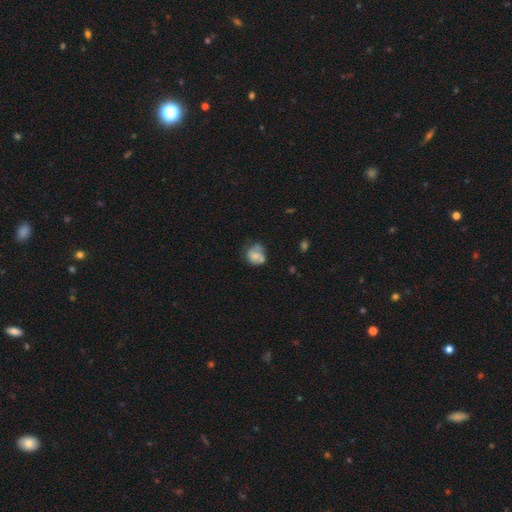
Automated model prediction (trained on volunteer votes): Smooth or featured: smooth — 58% (featured or disk — 32%)
How rounded: round — 69% (in between — 30%)
Merging: none — 41% (minor disturbance — 29%)